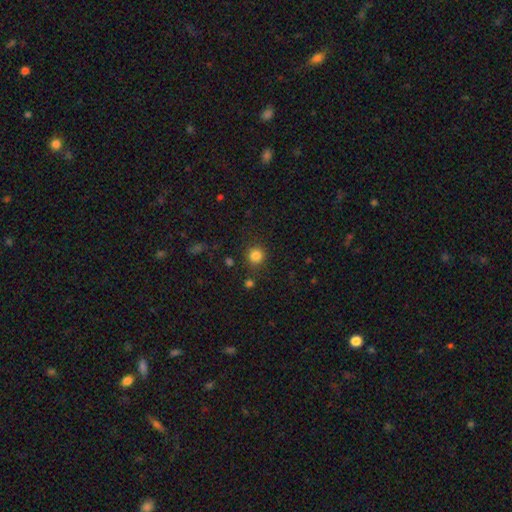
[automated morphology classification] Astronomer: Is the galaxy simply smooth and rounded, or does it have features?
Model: smooth — 83%.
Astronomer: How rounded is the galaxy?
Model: round — 93%.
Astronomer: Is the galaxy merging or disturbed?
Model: none — 86%.